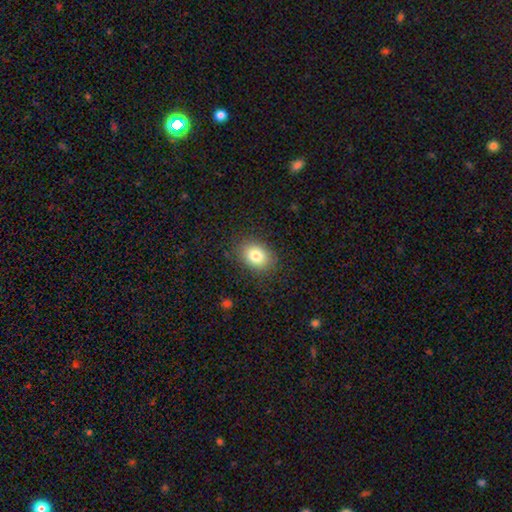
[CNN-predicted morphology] Smooth or featured?
  - smooth: 81% *
  - star or artifact: 10%
  - featured or disk: 9%
How rounded?
  - in between: 67% *
  - round: 32%
  - cigar-shaped: 1%
Merging?
  - none: 85% *
  - minor disturbance: 10%
  - major disturbance: 4%
  - merger: 1%